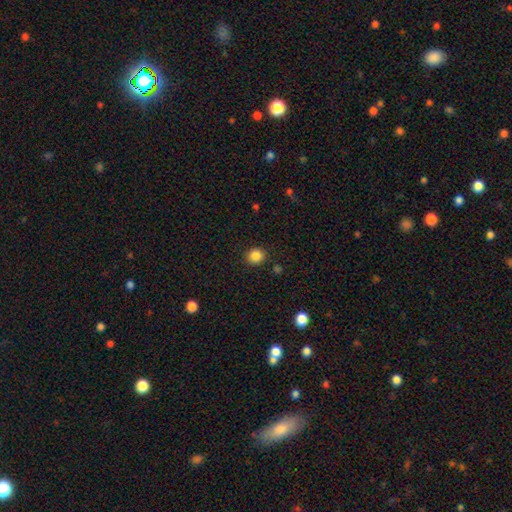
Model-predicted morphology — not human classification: Q: Smooth or featured?
A: smooth (86%); runner-up: star or artifact (11%)
Q: How rounded?
A: round (82%); runner-up: in between (18%)
Q: Merging?
A: none (89%); runner-up: minor disturbance (7%)